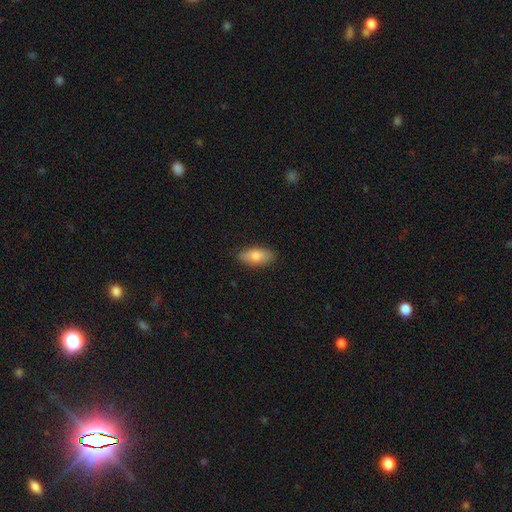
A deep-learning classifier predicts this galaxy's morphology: smooth-or-featured: smooth: 78% | featured or disk: 15% | star or artifact: 7%
  how-rounded: in between: 88% | cigar-shaped: 9% | round: 3%
  merging: none: 85% | minor disturbance: 12% | major disturbance: 2% | merger: 1%